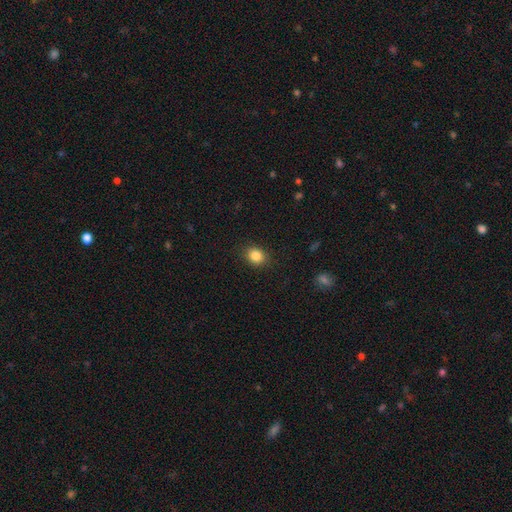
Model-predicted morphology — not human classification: Smooth or featured: smooth — 86% (star or artifact — 10%)
How rounded: round — 60% (in between — 39%)
Merging: none — 88% (minor disturbance — 9%)